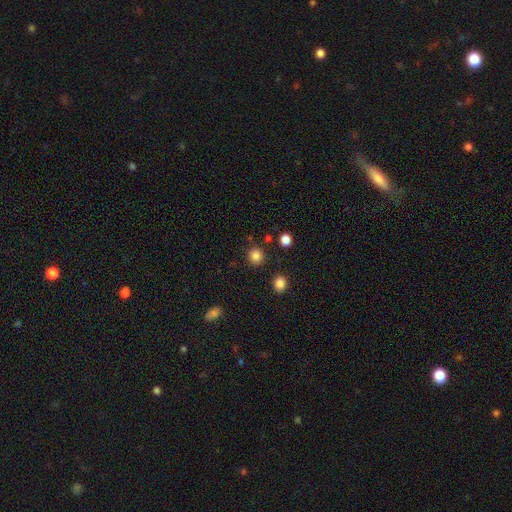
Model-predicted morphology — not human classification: Smooth or featured? Predicted: smooth (p=0.84). How rounded? Predicted: round (p=0.91). Merging? Predicted: none (p=0.87).